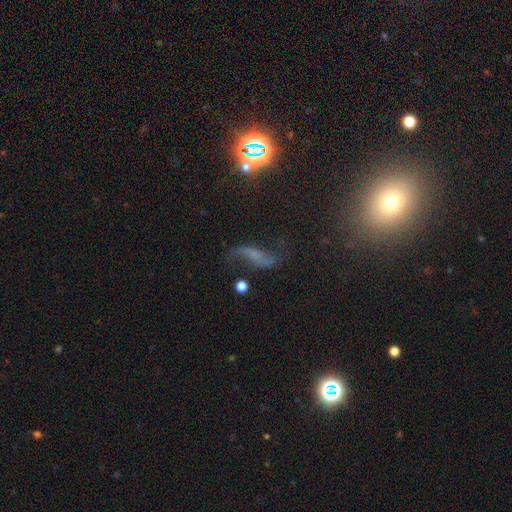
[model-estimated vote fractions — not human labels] Smooth or featured? featured or disk (63%)
Edge-on disk? no (90%)
Bar? no (42%)
Spiral arms? yes (87%)
Bulge size? none (56%)
Merging? none (60%)